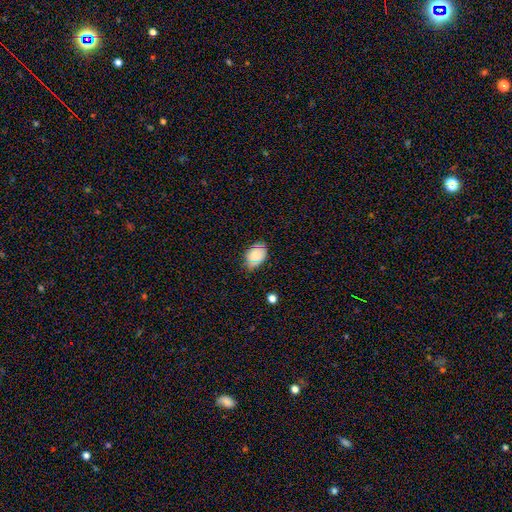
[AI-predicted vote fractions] Smooth or featured?
  - smooth: 77% *
  - star or artifact: 13%
  - featured or disk: 9%
How rounded?
  - in between: 80% *
  - round: 18%
  - cigar-shaped: 1%
Merging?
  - none: 76% *
  - minor disturbance: 19%
  - major disturbance: 4%
  - merger: 2%